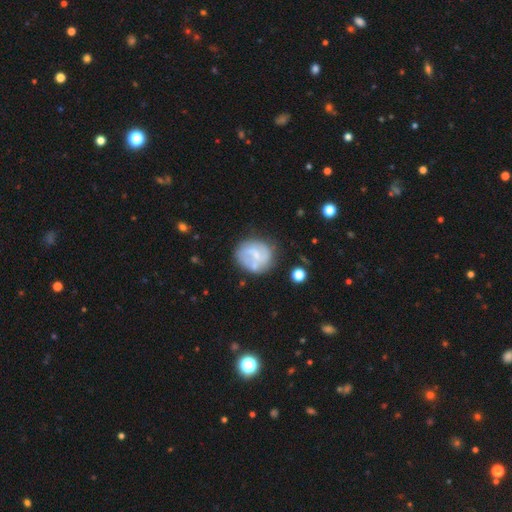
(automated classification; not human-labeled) Smooth or featured? featured or disk (51%)
Edge-on disk? no (98%)
Merging? none (57%)